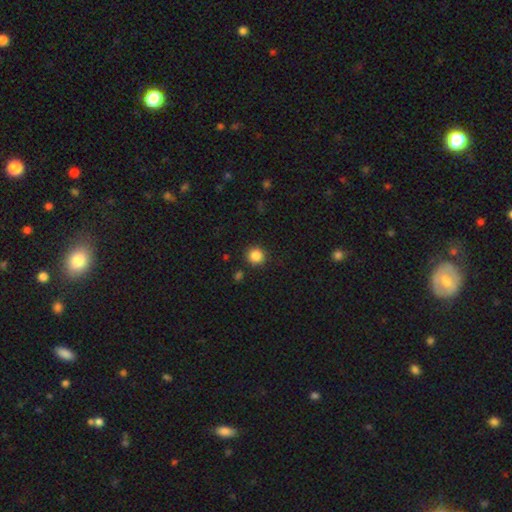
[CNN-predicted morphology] Smooth or featured: smooth — 86% (star or artifact — 11%)
How rounded: round — 93% (in between — 6%)
Merging: none — 90% (minor disturbance — 6%)